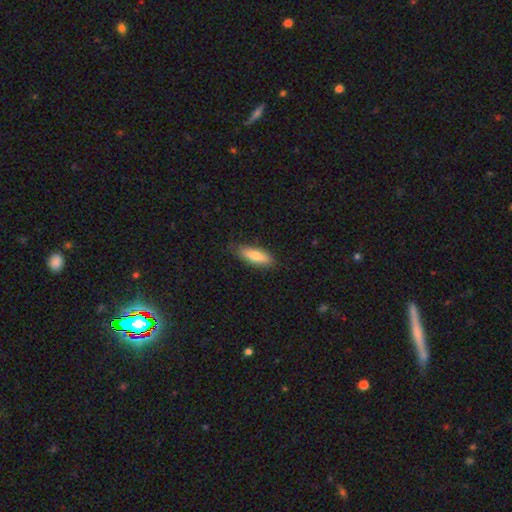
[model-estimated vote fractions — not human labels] Overall: smooth (75%). How rounded: in between (53%; cigar-shaped 45%). Merging: none (82%).